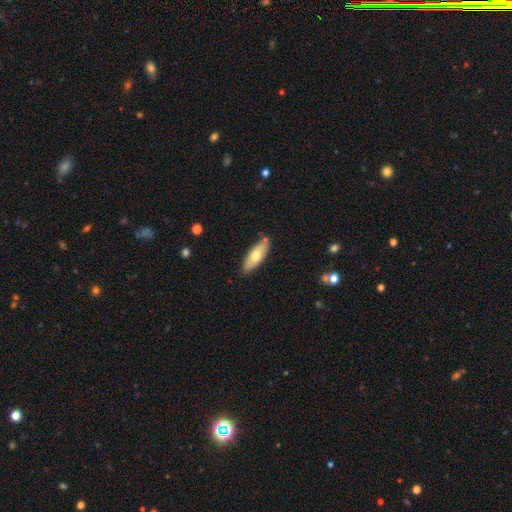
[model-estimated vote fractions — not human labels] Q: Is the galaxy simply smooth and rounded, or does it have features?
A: smooth — 64%.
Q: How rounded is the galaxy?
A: in between — 68%.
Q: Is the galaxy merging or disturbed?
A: none — 80%.